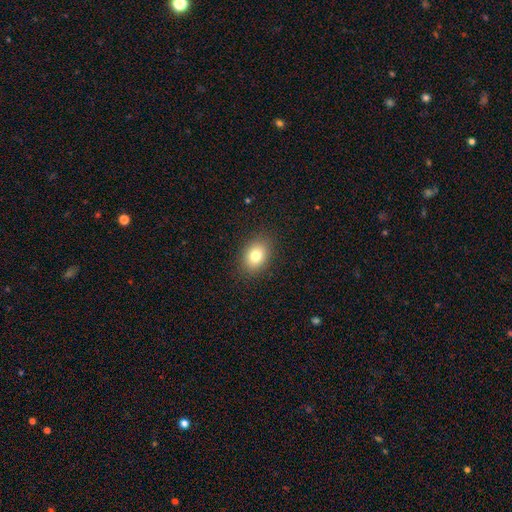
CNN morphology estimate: Q: Smooth or featured?
A: smooth (80%); runner-up: star or artifact (10%)
Q: How rounded?
A: in between (71%); runner-up: round (28%)
Q: Merging?
A: none (88%); runner-up: minor disturbance (8%)